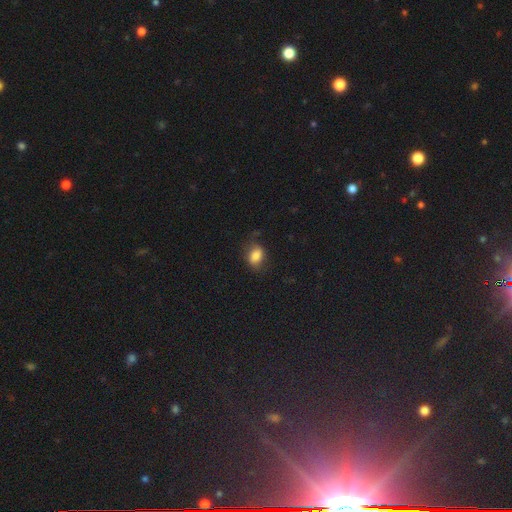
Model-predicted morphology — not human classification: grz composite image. It shows a smooth galaxy with no disk features (80%) that is in between round and cigar-shaped (72%). Merging: none (63%).